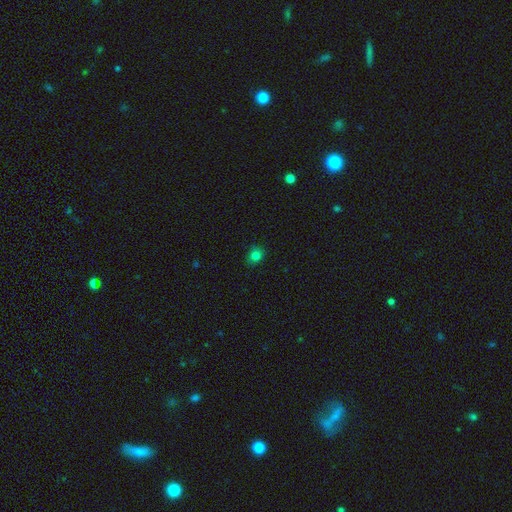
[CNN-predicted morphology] Smooth or featured? smooth (79%)
How rounded? round (62%)
Merging? none (82%)